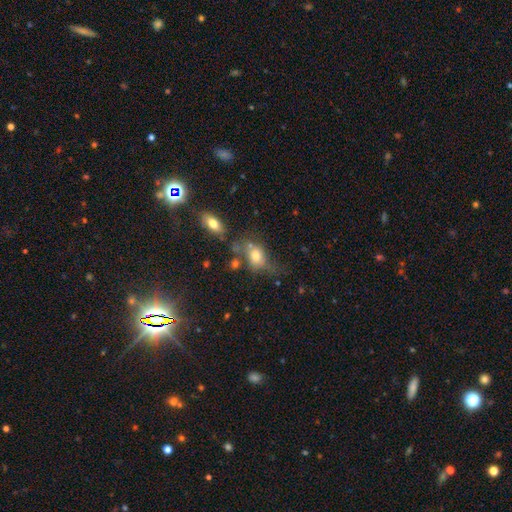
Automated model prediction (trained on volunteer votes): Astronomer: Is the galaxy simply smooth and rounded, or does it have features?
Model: smooth — 70%.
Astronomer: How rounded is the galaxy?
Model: in between — 69%.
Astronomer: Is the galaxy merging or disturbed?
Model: none — 42% (runner-up: minor disturbance, 25%).